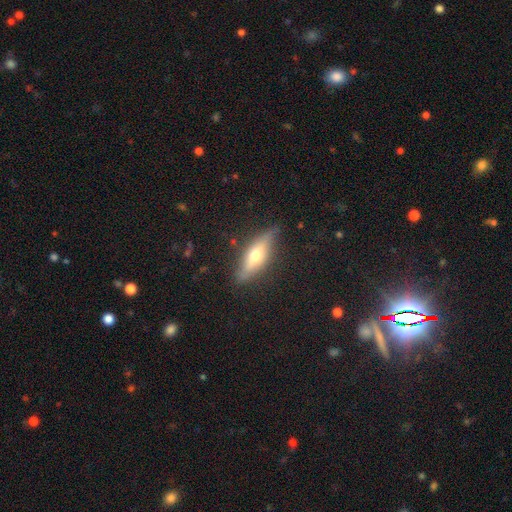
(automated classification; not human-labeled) Smooth or featured?
  - featured or disk: 48% *
  - smooth: 45%
  - star or artifact: 7%
Merging?
  - none: 79% *
  - minor disturbance: 16%
  - major disturbance: 3%
  - merger: 1%